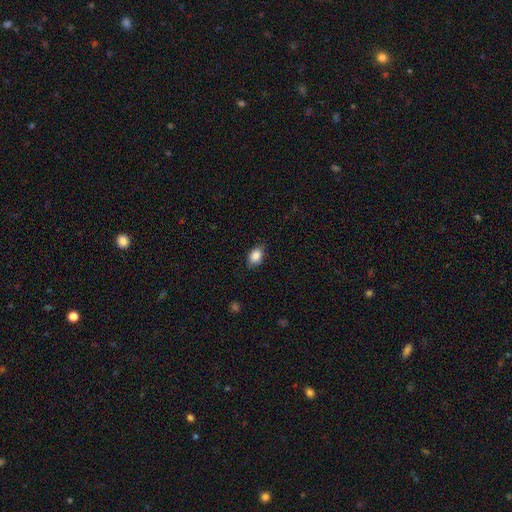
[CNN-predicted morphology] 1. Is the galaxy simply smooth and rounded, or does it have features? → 87% smooth, 8% star or artifact, 5% featured or disk.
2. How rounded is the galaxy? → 77% in between, 22% round, 2% cigar-shaped.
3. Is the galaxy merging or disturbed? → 79% none, 17% minor disturbance, 3% major disturbance, 1% merger.